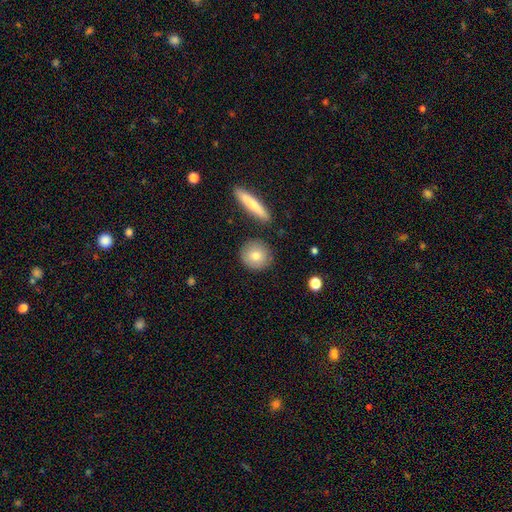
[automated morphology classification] Smooth or featured? smooth (76%)
How rounded? round (89%)
Merging? none (85%)